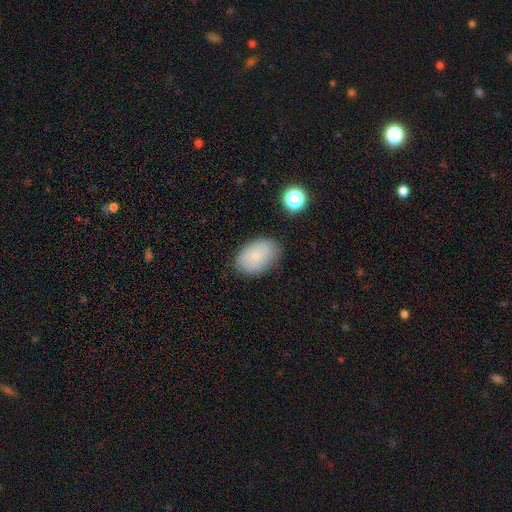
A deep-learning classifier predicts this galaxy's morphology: smooth-or-featured: smooth: 78% | featured or disk: 13% | star or artifact: 9%
  how-rounded: in between: 86% | round: 13% | cigar-shaped: 1%
  merging: none: 77% | minor disturbance: 17% | major disturbance: 4% | merger: 2%